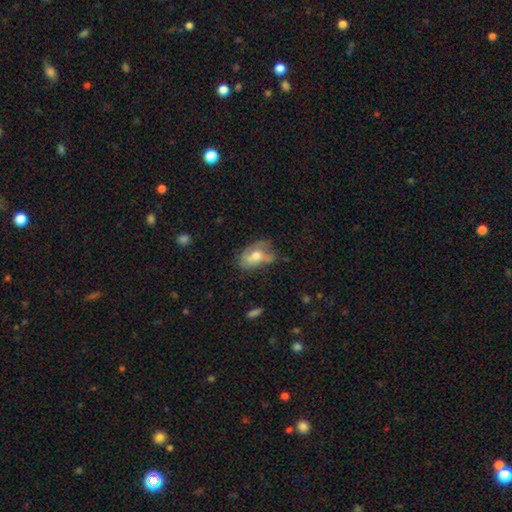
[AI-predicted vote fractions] Smooth or featured?
  - smooth: 49% *
  - featured or disk: 43%
  - star or artifact: 8%
Merging?
  - none: 41% *
  - minor disturbance: 33%
  - major disturbance: 22%
  - merger: 4%